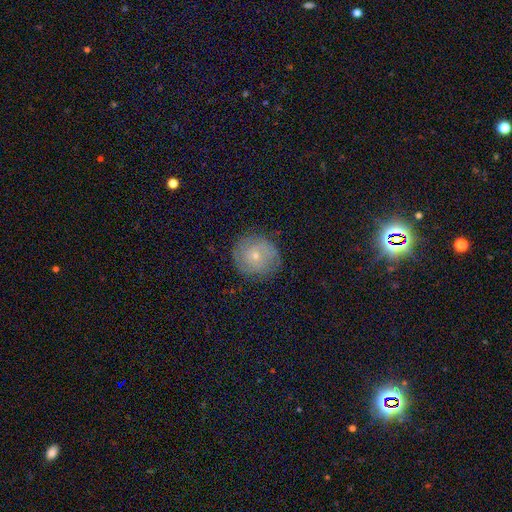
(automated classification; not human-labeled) Q: Smooth or featured?
A: featured or disk (51%); runner-up: smooth (40%)
Q: Edge-on disk?
A: no (97%); runner-up: yes (3%)
Q: Merging?
A: none (81%); runner-up: minor disturbance (13%)